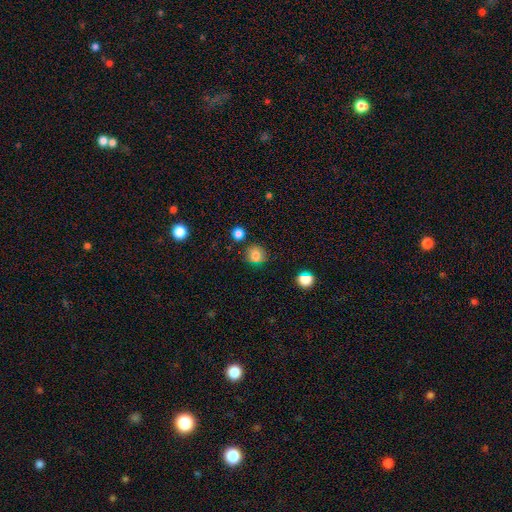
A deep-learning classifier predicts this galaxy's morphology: Q: Smooth or featured?
A: smooth (79%); runner-up: star or artifact (13%)
Q: How rounded?
A: round (86%); runner-up: in between (13%)
Q: Merging?
A: none (78%); runner-up: minor disturbance (14%)